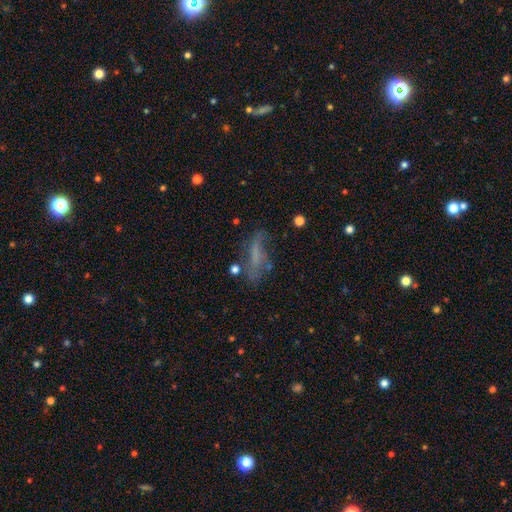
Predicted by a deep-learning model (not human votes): smooth-or-featured: smooth: 47% | featured or disk: 39% | star or artifact: 14%
  merging: none: 44% | minor disturbance: 27% | major disturbance: 23% | merger: 7%